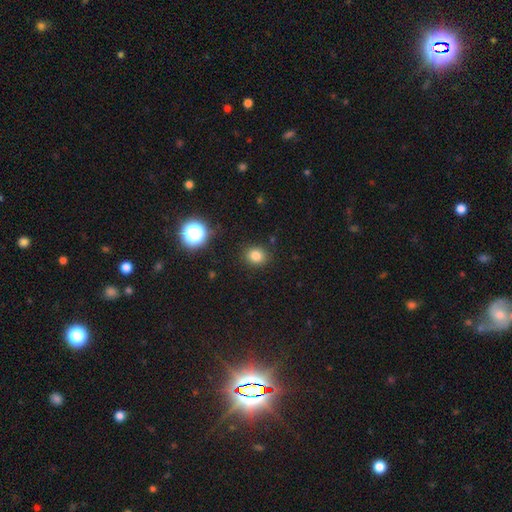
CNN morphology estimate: smooth-or-featured: smooth: 80% | star or artifact: 14% | featured or disk: 6%
  how-rounded: round: 76% | in between: 23% | cigar-shaped: 1%
  merging: none: 88% | minor disturbance: 8% | major disturbance: 3% | merger: 2%